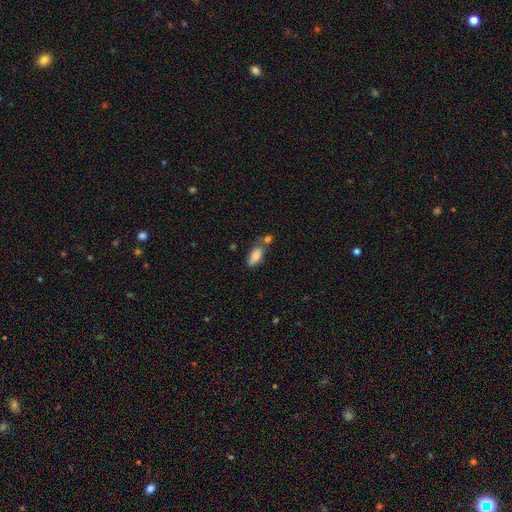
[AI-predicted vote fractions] Smooth or featured? smooth (84%)
How rounded? in between (85%)
Merging? none (44%)